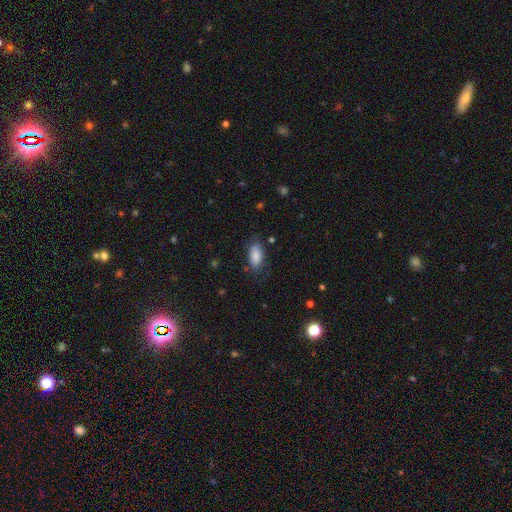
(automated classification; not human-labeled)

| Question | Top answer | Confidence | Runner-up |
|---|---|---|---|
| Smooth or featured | smooth | 85% | featured or disk (8%) |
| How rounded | in between | 91% | cigar-shaped (6%) |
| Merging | none | 72% | minor disturbance (20%) |